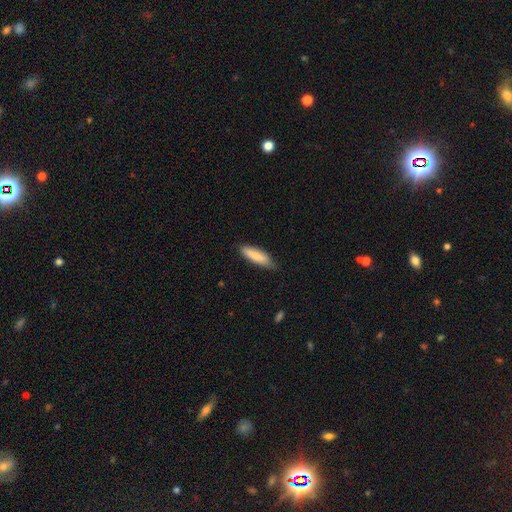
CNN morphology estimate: type=smooth (78%); roundness=cigar-shaped (60%); merging=none (77%).